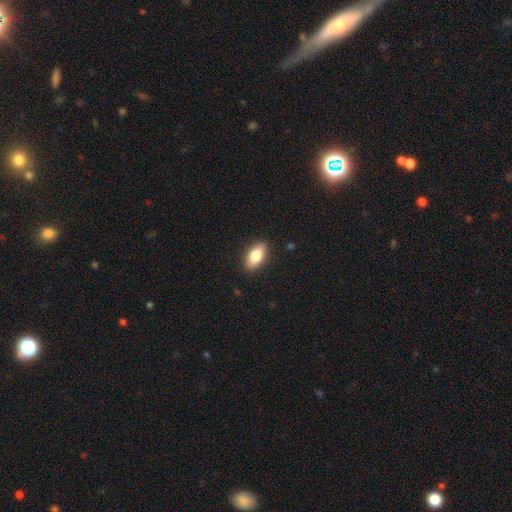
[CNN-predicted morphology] smooth 80%, featured or disk 13%, star or artifact 7%. Down the decision tree: how rounded — in between (88%); merging — none (89%).